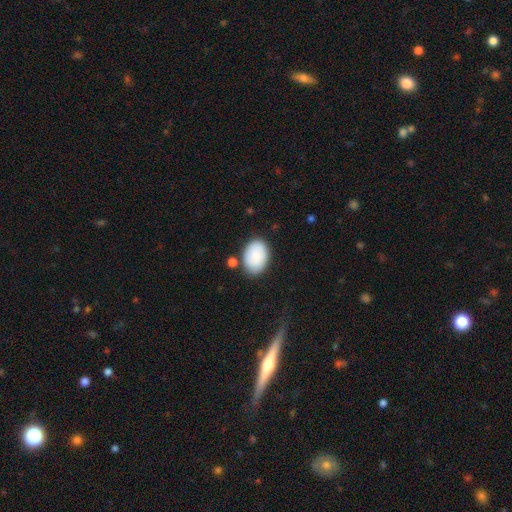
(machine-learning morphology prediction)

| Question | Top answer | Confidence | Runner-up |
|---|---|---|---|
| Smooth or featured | smooth | 87% | featured or disk (7%) |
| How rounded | in between | 87% | round (12%) |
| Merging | none | 76% | minor disturbance (15%) |